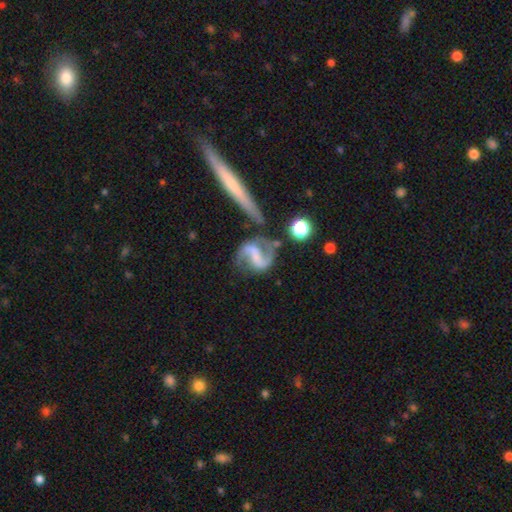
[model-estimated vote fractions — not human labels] A featured or disk galaxy (87%) with a weak bar (38%), 2 (93%) loose (49%) spiral arms (96%) and no central bulge (50%).

Vote fractions:
- Smooth or featured? featured or disk: 87% / smooth: 7% / star or artifact: 6%
- Edge-on disk? no: 97% / yes: 3%
- Bar? weak: 38% / strong: 36% / no: 26%
- Spiral arms? yes: 96% / no: 4%
- Spiral winding? loose: 49% / medium: 42% / tight: 9%
- Spiral arm count? 2: 93% / can't tell: 2% / 1: 2% / 3: 1% / 4: 1% / more than 4: 1%
- Bulge size? none: 50% / small: 27% / moderate: 16% / large: 5% / dominant: 2%
- Merging? none: 59% / minor disturbance: 17% / major disturbance: 12% / merger: 11%